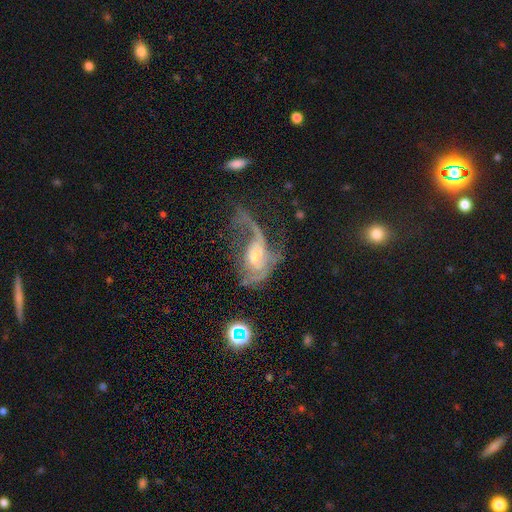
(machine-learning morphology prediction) A featured or disk galaxy (73%) with no bar (60%), 1 (38%) loose (59%) spiral arms (78%) and a moderate central bulge (45%). Merging: major disturbance (57%).